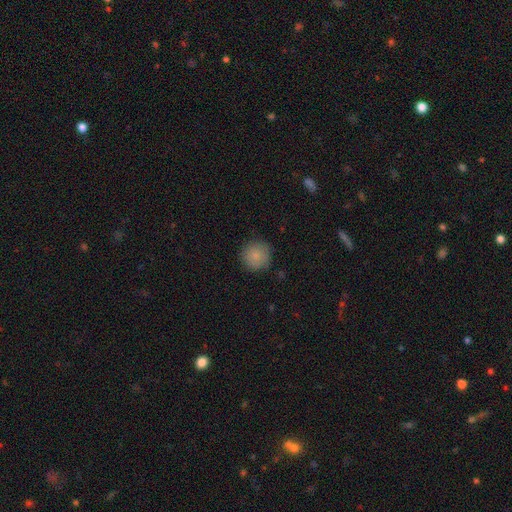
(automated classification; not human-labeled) Q: Smooth or featured?
A: smooth (85%); runner-up: star or artifact (8%)
Q: How rounded?
A: round (95%); runner-up: in between (4%)
Q: Merging?
A: none (86%); runner-up: minor disturbance (11%)